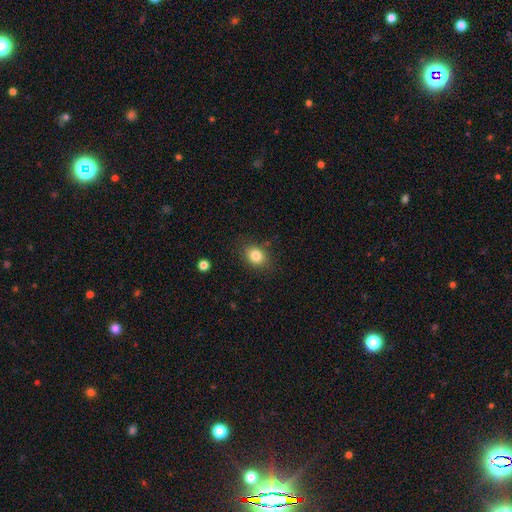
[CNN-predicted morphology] This is clearly a smooth galaxy (83%). How rounded: possibly in between (51%). Merging: clearly none (84%).